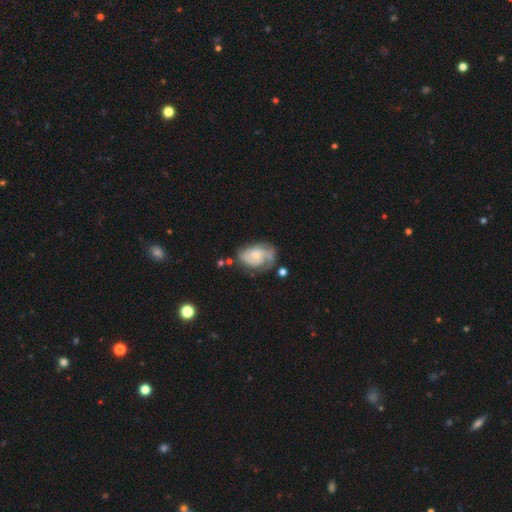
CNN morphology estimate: This appears to be a featured or disk galaxy (75%) with no bar (70%), 2 (55%) tight (45%) spiral arms (91%) and a small central bulge (55%). Merging: none (55%).